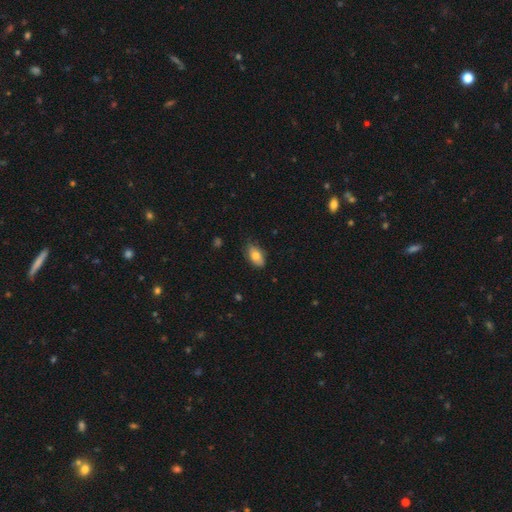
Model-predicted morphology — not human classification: Smooth or featured: smooth — 76% (featured or disk — 17%)
How rounded: in between — 91% (round — 5%)
Merging: none — 77% (minor disturbance — 19%)